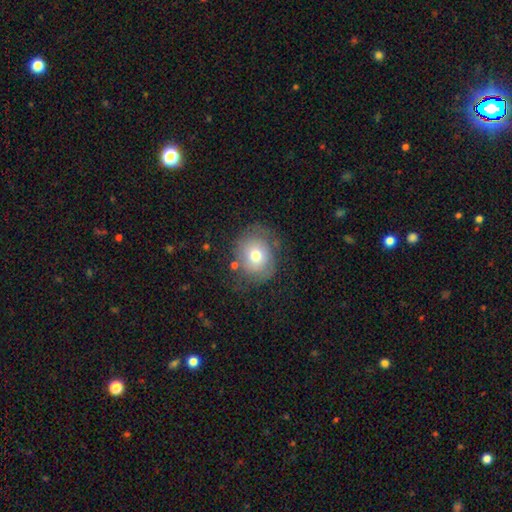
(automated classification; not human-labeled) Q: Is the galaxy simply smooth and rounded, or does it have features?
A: smooth — 60%.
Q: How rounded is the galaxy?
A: round — 72%.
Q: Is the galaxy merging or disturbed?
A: none — 63%.